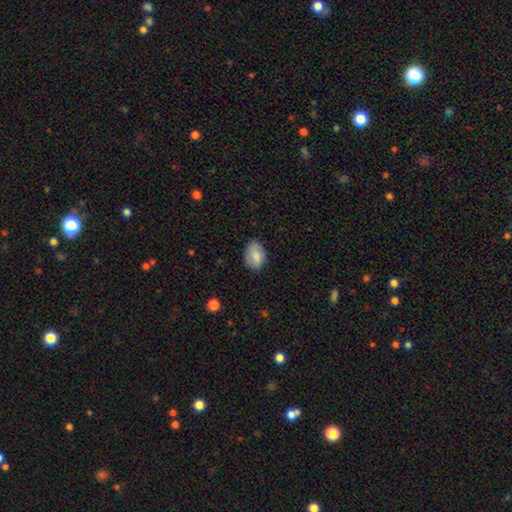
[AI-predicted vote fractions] smooth 81%, featured or disk 12%, star or artifact 7%. Down the decision tree: how rounded — in between (83%); merging — none (70%).